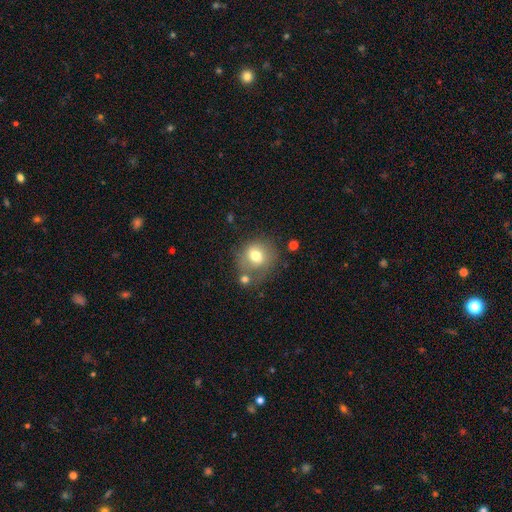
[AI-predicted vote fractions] This is likely a smooth galaxy (71%). How rounded: likely round (79%). Merging: likely none (60%).